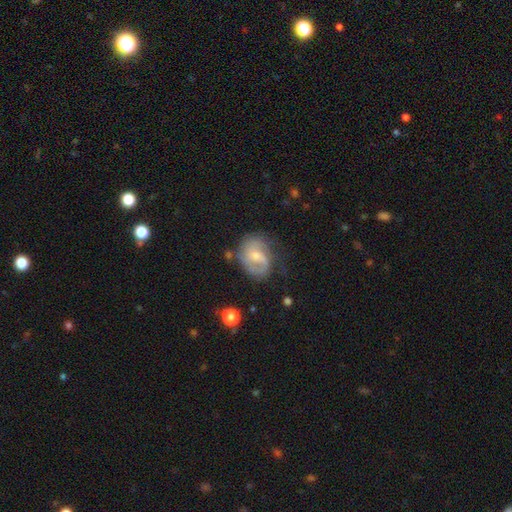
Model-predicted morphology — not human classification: A featured or disk galaxy (71%) with no bar (48%), 2 (56%) medium (45%) spiral arms (90%) and a small central bulge (51%). Merging: none (55%).